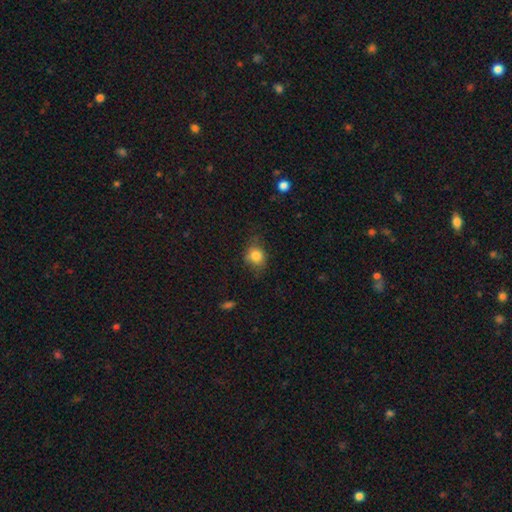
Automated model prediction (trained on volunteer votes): Smooth or featured: smooth — 82% (star or artifact — 10%)
How rounded: round — 58% (in between — 41%)
Merging: none — 66% (minor disturbance — 25%)